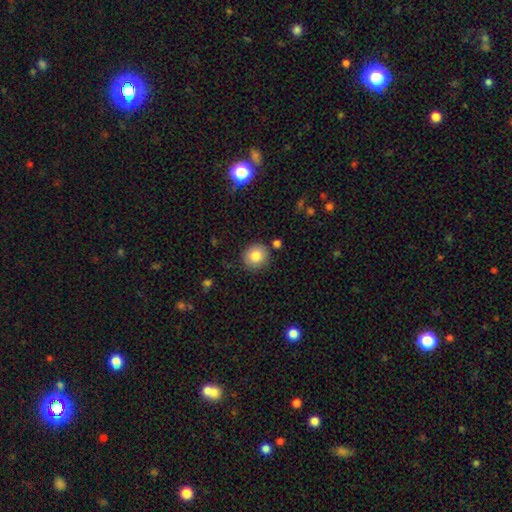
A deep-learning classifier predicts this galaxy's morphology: This appears to be a smooth galaxy with no disk features (83%) that is round (90%). Merging: none (84%).